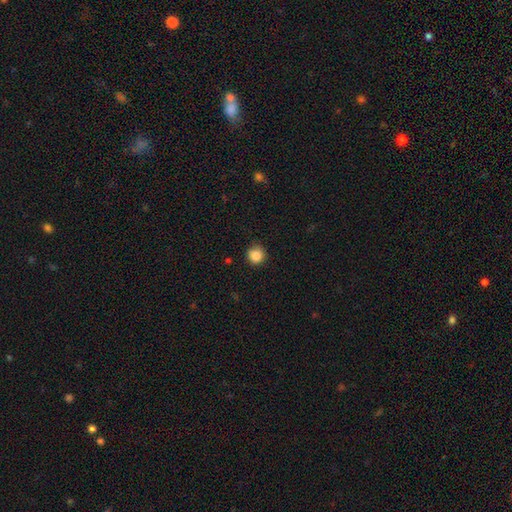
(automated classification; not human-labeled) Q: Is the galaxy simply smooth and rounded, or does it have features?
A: smooth — 85%.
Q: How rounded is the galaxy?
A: round — 93%.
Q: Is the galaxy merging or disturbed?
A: none — 85%.